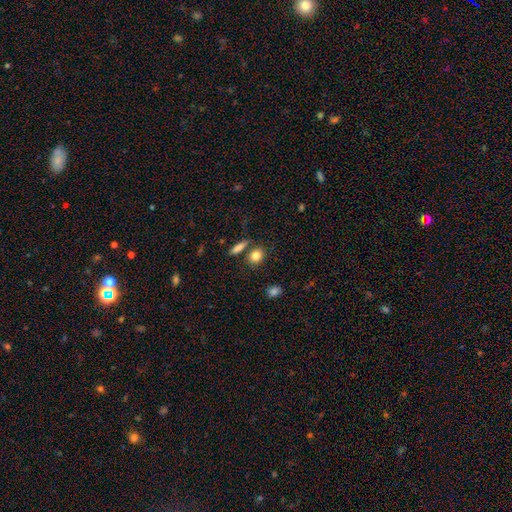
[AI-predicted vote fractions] Smooth or featured? smooth (84%)
How rounded? round (48%, tied with in between)
Merging? none (75%)